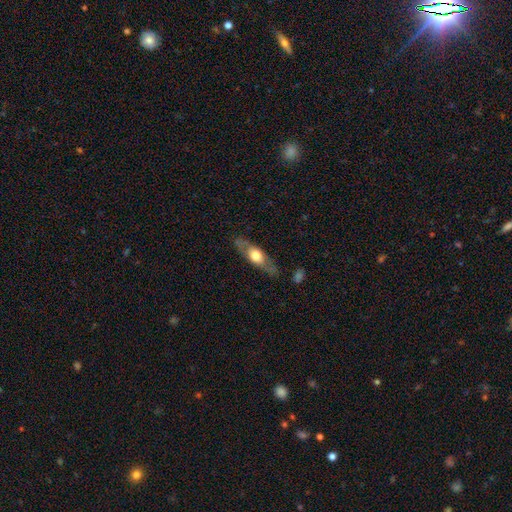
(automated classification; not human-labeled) smooth-or-featured: featured or disk: 57% | smooth: 38% | star or artifact: 5%
  disk-edge-on: yes: 56% | no: 44%
  merging: none: 81% | minor disturbance: 13% | major disturbance: 5% | merger: 2%